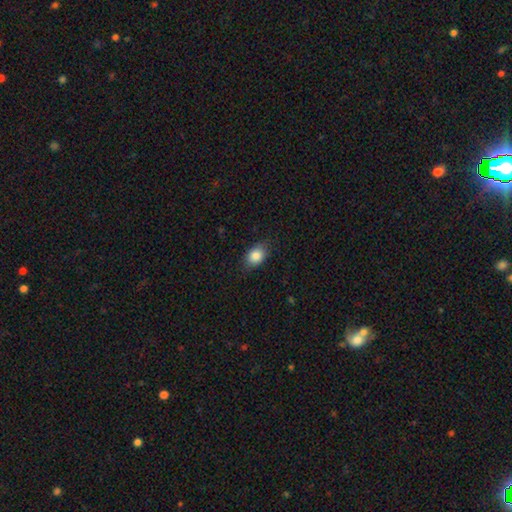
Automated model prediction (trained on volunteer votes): Morphology: type=smooth (85%); roundness=in between (73%); merging=none (81%).